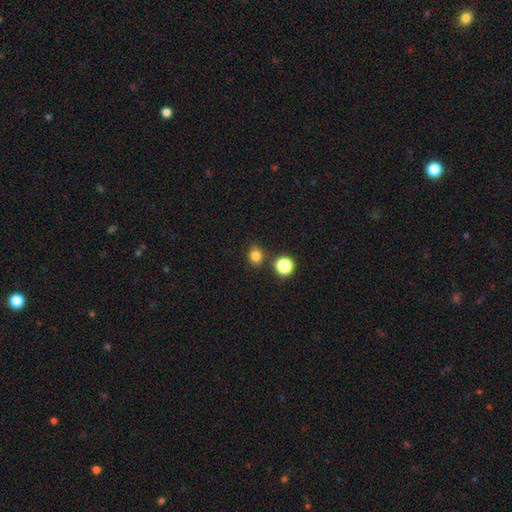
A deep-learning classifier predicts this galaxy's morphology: A smooth galaxy with no disk features (80%) that is round (71%). Merging: none (81%).